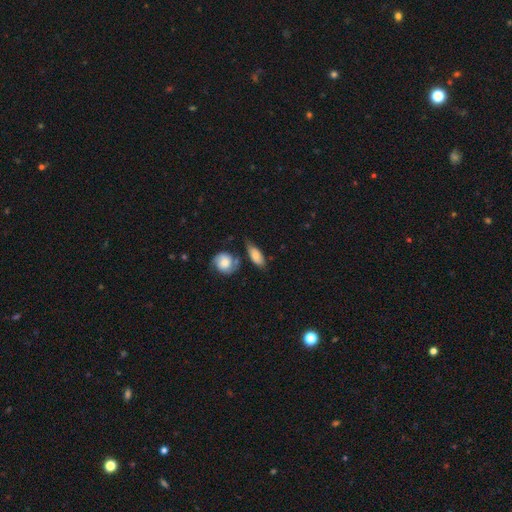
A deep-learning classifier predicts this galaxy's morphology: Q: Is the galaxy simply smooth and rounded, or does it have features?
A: smooth — 73%.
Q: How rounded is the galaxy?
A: in between — 77%.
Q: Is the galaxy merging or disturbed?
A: none — 49%.